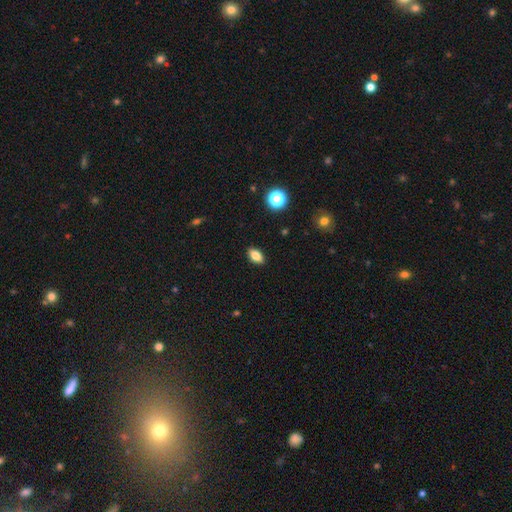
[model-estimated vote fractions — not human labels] A smooth galaxy with no disk features (81%) that is in between round and cigar-shaped (87%).

Vote fractions:
- Smooth or featured? smooth: 81% / star or artifact: 10% / featured or disk: 9%
- How rounded? in between: 87% / round: 8% / cigar-shaped: 5%
- Merging? none: 89% / minor disturbance: 8% / major disturbance: 2% / merger: 1%